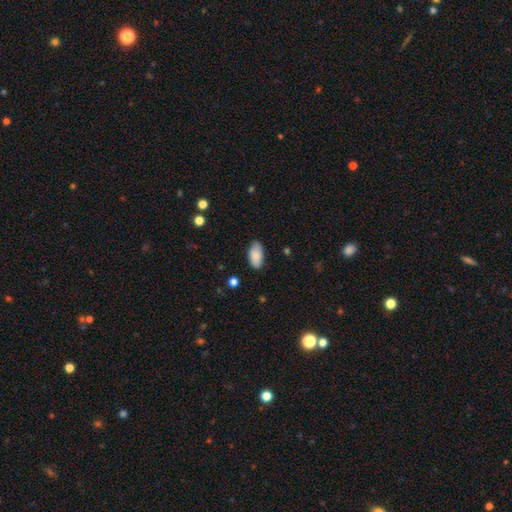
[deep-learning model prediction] Morphology: type=smooth (87%); roundness=in between (94%); merging=none (82%).